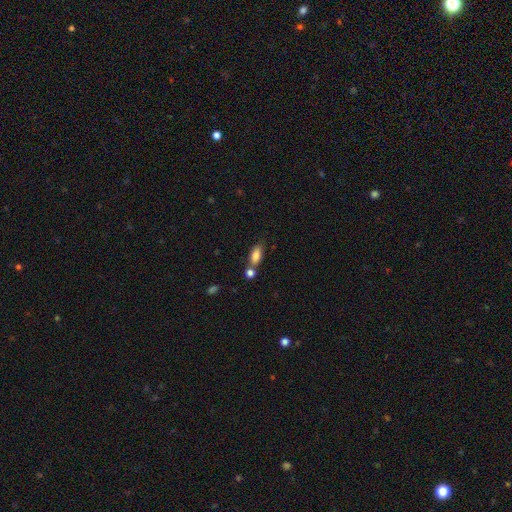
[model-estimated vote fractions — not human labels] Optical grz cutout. It shows a smooth galaxy with no disk features (83%) that is in between round and cigar-shaped (83%). Merging: none (53%).